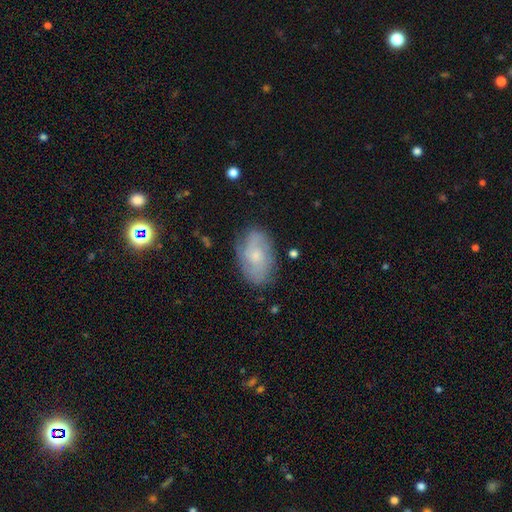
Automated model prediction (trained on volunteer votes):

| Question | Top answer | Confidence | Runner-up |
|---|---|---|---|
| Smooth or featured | featured or disk | 58% | smooth (34%) |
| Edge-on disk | no | 95% | yes (5%) |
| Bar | no | 74% | weak (23%) |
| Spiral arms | yes | 83% | no (17%) |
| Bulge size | small | 50% | moderate (39%) |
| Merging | none | 76% | minor disturbance (17%) |